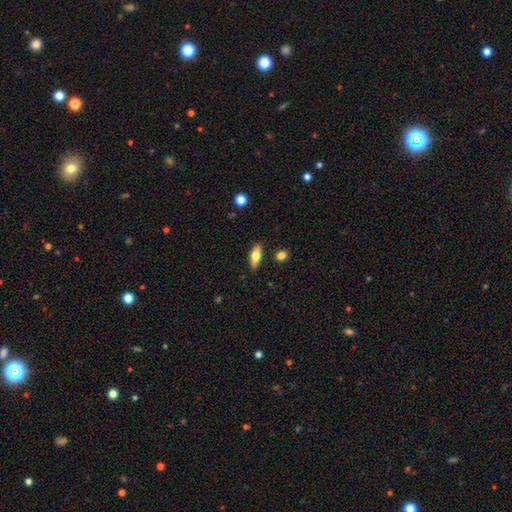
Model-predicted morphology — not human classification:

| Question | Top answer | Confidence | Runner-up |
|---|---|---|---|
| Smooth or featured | smooth | 67% | featured or disk (26%) |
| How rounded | in between | 73% | cigar-shaped (23%) |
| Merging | none | 84% | minor disturbance (11%) |